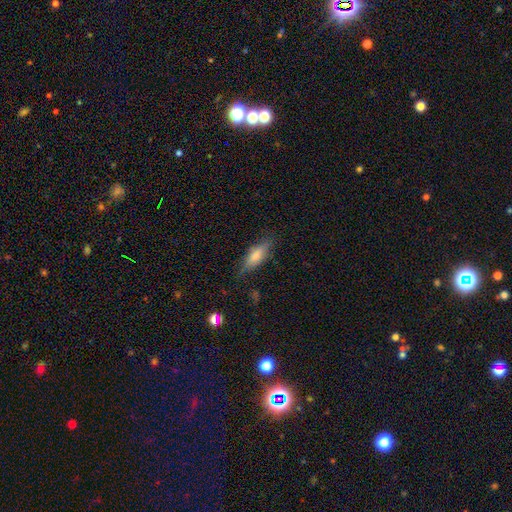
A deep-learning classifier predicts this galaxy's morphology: This is likely a smooth galaxy (66%). How rounded: possibly in between (58%). Merging: likely none (73%).